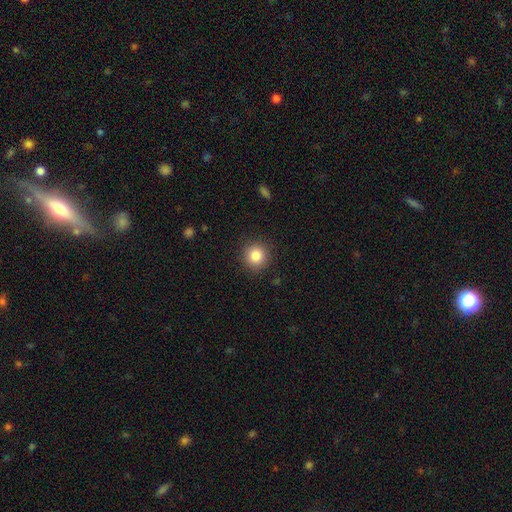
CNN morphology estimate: Smooth or featured?
  - smooth: 84% *
  - star or artifact: 10%
  - featured or disk: 6%
How rounded?
  - round: 93% *
  - in between: 6%
  - cigar-shaped: 1%
Merging?
  - none: 90% *
  - minor disturbance: 6%
  - major disturbance: 2%
  - merger: 1%